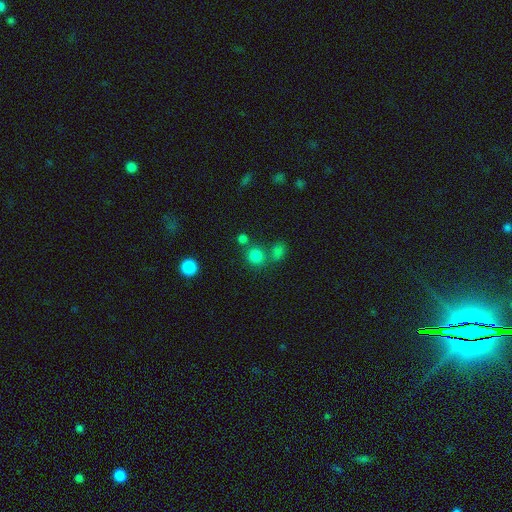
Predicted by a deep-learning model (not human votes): Smooth or featured?
  - smooth: 78% *
  - star or artifact: 16%
  - featured or disk: 6%
How rounded?
  - round: 85% *
  - in between: 14%
  - cigar-shaped: 1%
Merging?
  - none: 64% *
  - merger: 23%
  - minor disturbance: 8%
  - major disturbance: 4%